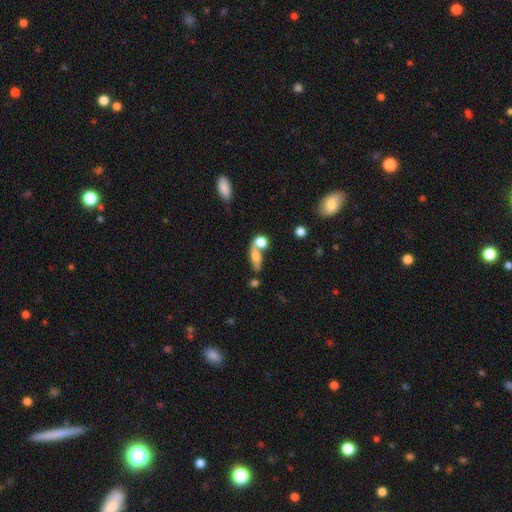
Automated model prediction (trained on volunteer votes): Overall: smooth (59%; featured or disk 29%). How rounded: in between (53%; cigar-shaped 28%). Merging: merger (40%; none 39%).